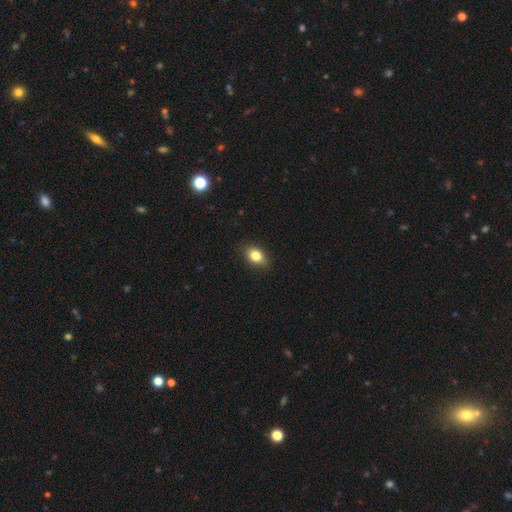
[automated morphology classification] Smooth or featured: smooth — 82% (star or artifact — 9%)
How rounded: in between — 77% (round — 21%)
Merging: none — 83% (minor disturbance — 13%)